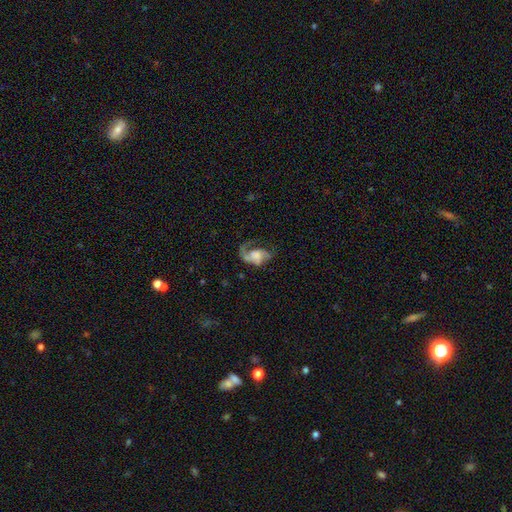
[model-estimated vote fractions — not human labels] Smooth or featured: featured or disk — 74% (smooth — 19%)
Edge-on disk: no — 97% (yes — 3%)
Bar: no — 66% (weak — 27%)
Spiral arms: yes — 90% (no — 10%)
Spiral winding: loose — 45% (medium — 41%)
Spiral arm count: 2 — 48% (1 — 43%)
Bulge size: moderate — 27% (large — 23%)
Merging: none — 39% (tied with major disturbance — 39%)